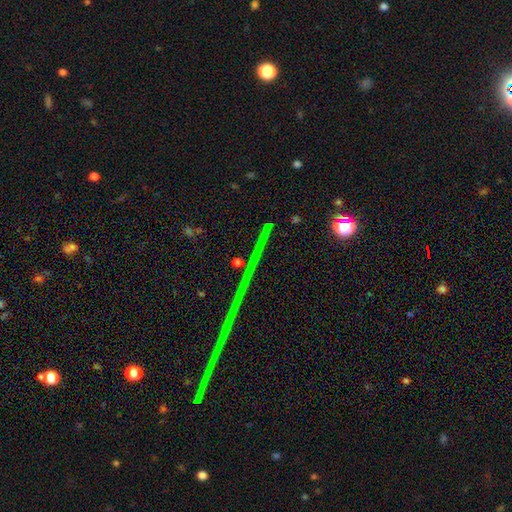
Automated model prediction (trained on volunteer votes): This appears to be a star or artifact, not a galaxy (79%).